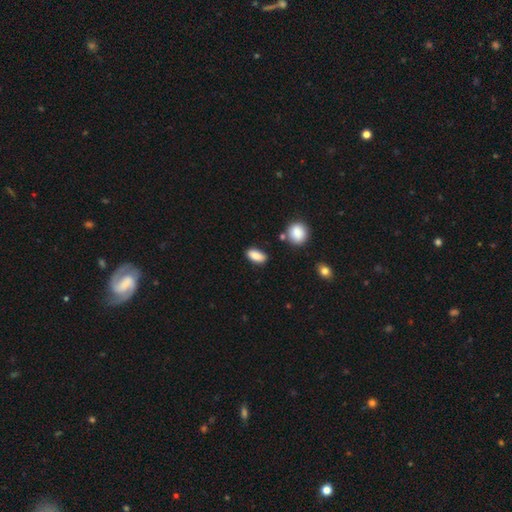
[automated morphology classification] type=smooth (87%); roundness=in between (87%); merging=none (81%).